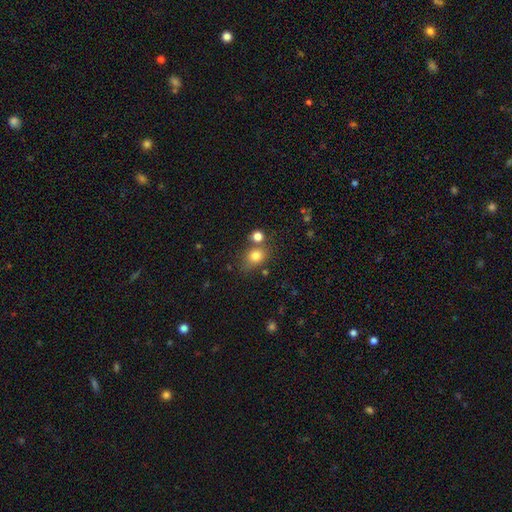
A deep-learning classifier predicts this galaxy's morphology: A smooth galaxy with no disk features (80%) that is round (56%).

Vote fractions:
- Smooth or featured? smooth: 80% / star or artifact: 12% / featured or disk: 8%
- How rounded? round: 56% / in between: 42% / cigar-shaped: 1%
- Merging? none: 59% / merger: 21% / minor disturbance: 15% / major disturbance: 5%